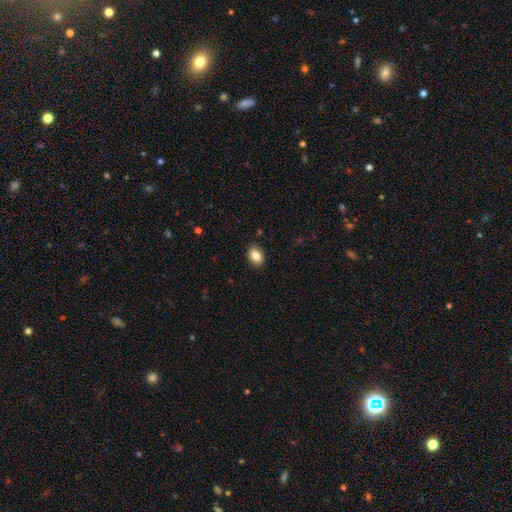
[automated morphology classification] smooth-or-featured: smooth: 84% | star or artifact: 9% | featured or disk: 8%
  how-rounded: in between: 73% | round: 26% | cigar-shaped: 1%
  merging: none: 89% | minor disturbance: 8% | major disturbance: 2% | merger: 1%